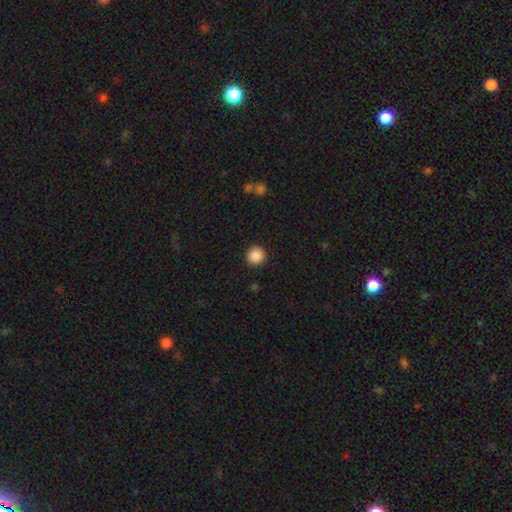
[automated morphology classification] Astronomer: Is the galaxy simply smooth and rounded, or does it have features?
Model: smooth — 88%.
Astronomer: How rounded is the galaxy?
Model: round — 95%.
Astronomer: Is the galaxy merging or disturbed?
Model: none — 92%.